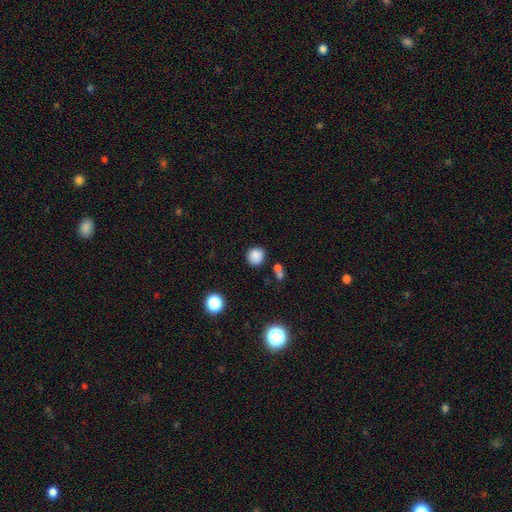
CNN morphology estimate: smooth_or_featured: smooth (p=0.84) [alt: star or artifact p=0.11]
how_rounded: round (p=0.87) [alt: in between p=0.12]
merging: none (p=0.80) [alt: minor disturbance p=0.10]